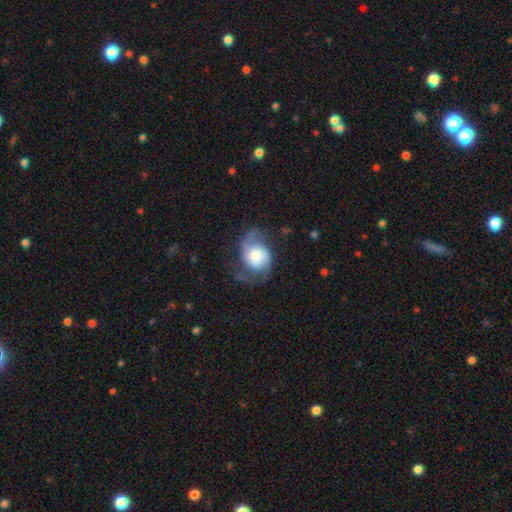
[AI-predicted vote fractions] The model was most divided on "bulge size": moderate: 44%, large: 32%, small: 14%, dominant: 5%, none: 4%. Remaining: edge-on disk — no (98%); spiral arms — yes (93%); spiral arm count — 2 (83%); smooth or featured — featured or disk (73%); bar — no (69%); merging — none (54%); spiral winding — medium (46%).